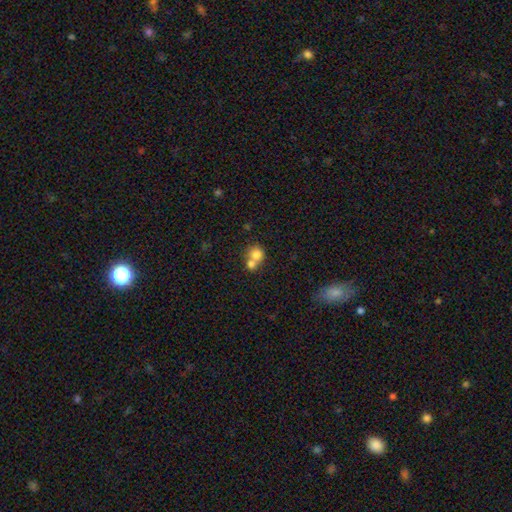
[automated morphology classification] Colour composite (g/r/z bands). It shows a smooth galaxy with no disk features (76%) that is round (82%). Merging: merger (60%).